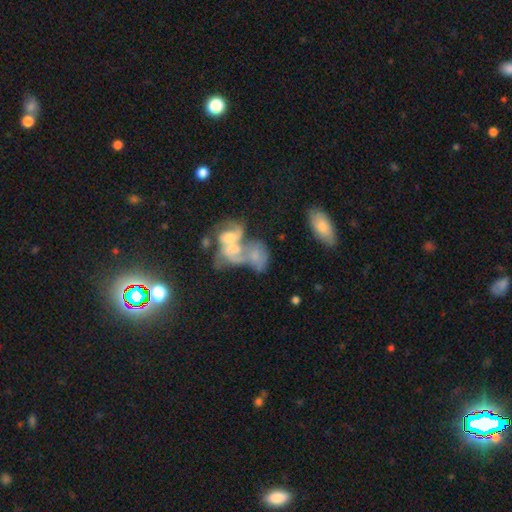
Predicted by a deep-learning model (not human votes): smooth_or_featured: featured or disk (p=0.55) [alt: smooth p=0.34]
disk_edge_on: no (p=0.97) [alt: yes p=0.03]
bar: no (p=0.73) [alt: weak p=0.20]
has_spiral_arms: yes (p=0.51) [alt: no p=0.49]
bulge_size: moderate (p=0.41) [alt: small p=0.24]
merging: merger (p=0.76) [alt: major disturbance p=0.11]